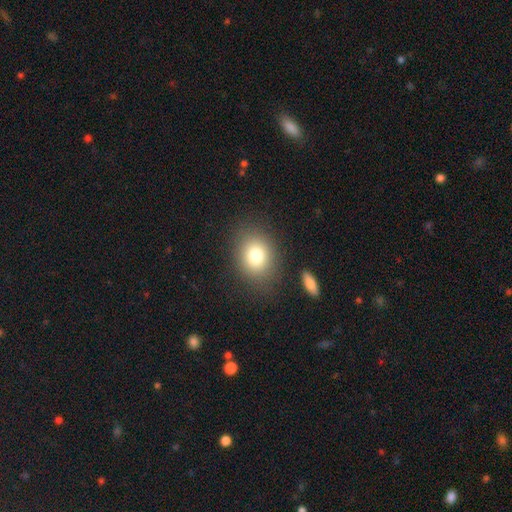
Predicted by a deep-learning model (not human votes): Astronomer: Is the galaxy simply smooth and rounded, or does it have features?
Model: smooth — 78%.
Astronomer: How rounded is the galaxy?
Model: round — 58% (runner-up: in between, 42%).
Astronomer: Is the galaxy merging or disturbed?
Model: none — 81%.